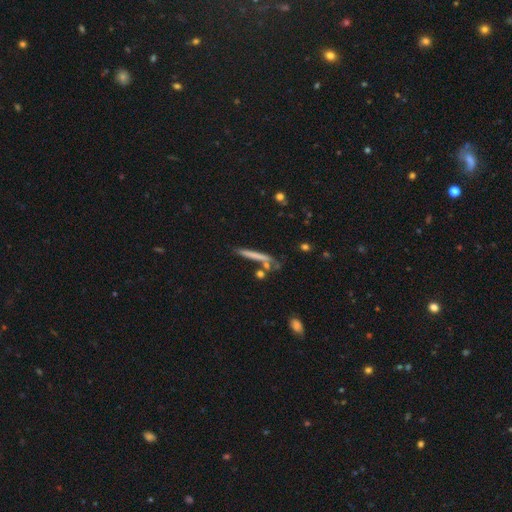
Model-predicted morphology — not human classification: Smooth or featured? Predicted: smooth (p=0.59). How rounded? Predicted: cigar-shaped (p=0.94). Merging? Predicted: none (p=0.70).